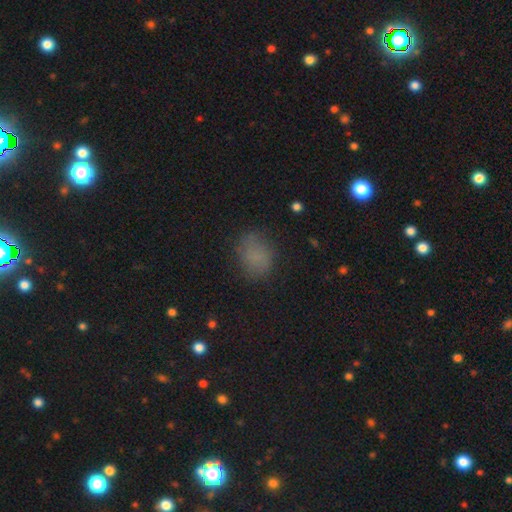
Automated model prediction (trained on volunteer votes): Smooth or featured? Predicted: smooth (p=0.76). How rounded? Predicted: in between (p=0.59). Merging? Predicted: none (p=0.74).